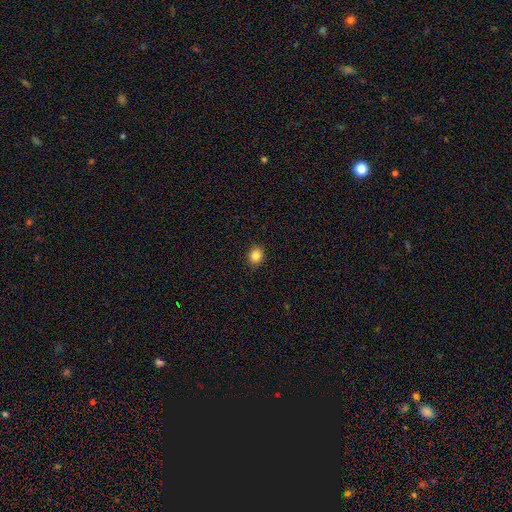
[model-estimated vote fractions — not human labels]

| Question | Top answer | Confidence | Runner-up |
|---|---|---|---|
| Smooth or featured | smooth | 84% | star or artifact (11%) |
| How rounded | round | 70% | in between (29%) |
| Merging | none | 89% | minor disturbance (8%) |